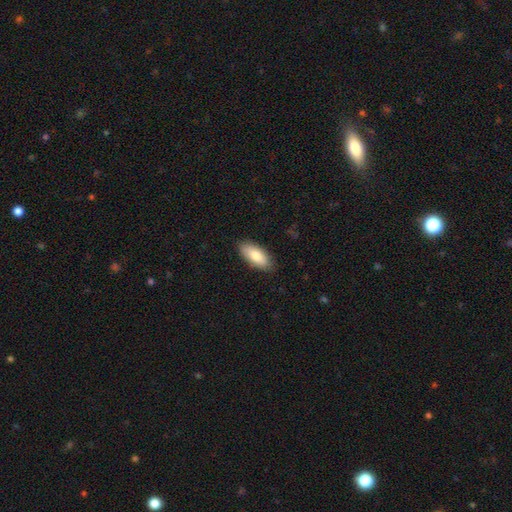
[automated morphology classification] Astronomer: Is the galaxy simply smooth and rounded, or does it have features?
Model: smooth — 80%.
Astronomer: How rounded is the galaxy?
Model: in between — 84%.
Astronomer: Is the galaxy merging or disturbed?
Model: none — 87%.